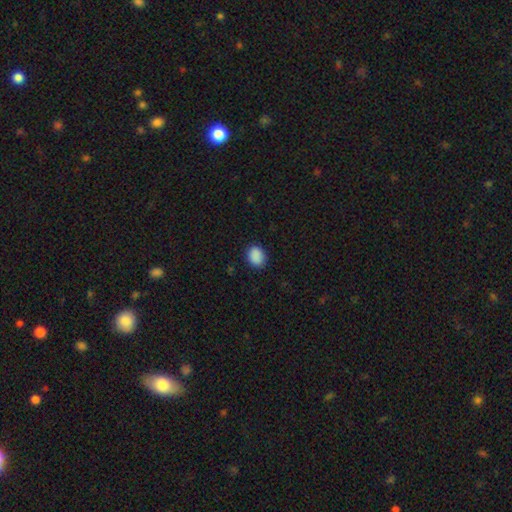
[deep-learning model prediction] Smooth or featured?
  - smooth: 89% *
  - star or artifact: 8%
  - featured or disk: 2%
How rounded?
  - in between: 58% *
  - round: 41%
  - cigar-shaped: 1%
Merging?
  - none: 87% *
  - minor disturbance: 10%
  - major disturbance: 2%
  - merger: 1%